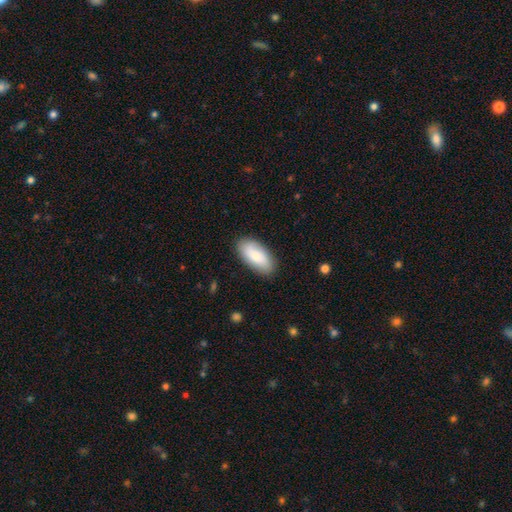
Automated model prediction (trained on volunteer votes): This is likely a smooth galaxy (78%). How rounded: clearly in between (90%). Merging: clearly none (87%).